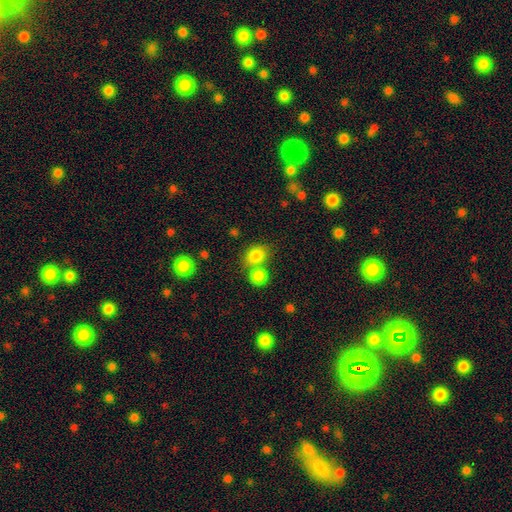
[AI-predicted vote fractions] Q: Smooth or featured?
A: smooth (83%); runner-up: star or artifact (11%)
Q: How rounded?
A: round (59%); runner-up: in between (39%)
Q: Merging?
A: none (54%); runner-up: merger (32%)